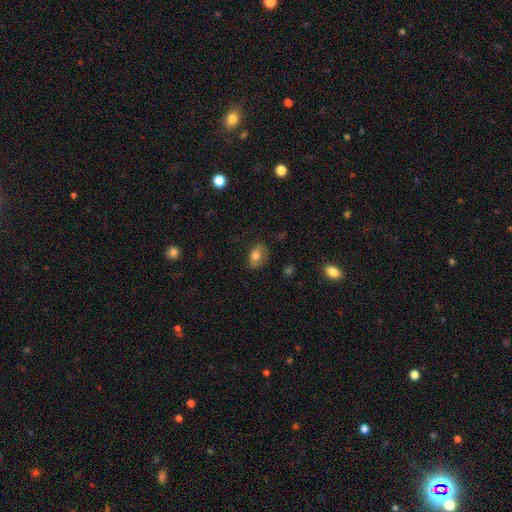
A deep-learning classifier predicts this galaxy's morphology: smooth 74%, featured or disk 17%, star or artifact 9%. Down the decision tree: how rounded — in between (77%); merging — none (64%).